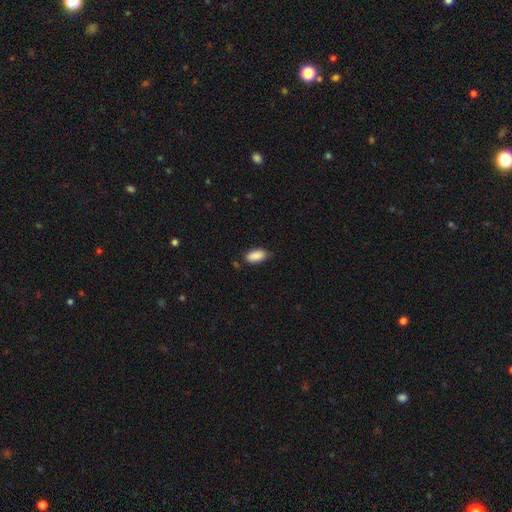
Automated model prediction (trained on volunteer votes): The model was most divided on "merging": none: 76%, minor disturbance: 19%, major disturbance: 3%, merger: 2%. More confident: how rounded — in between (91%); smooth or featured — smooth (90%).